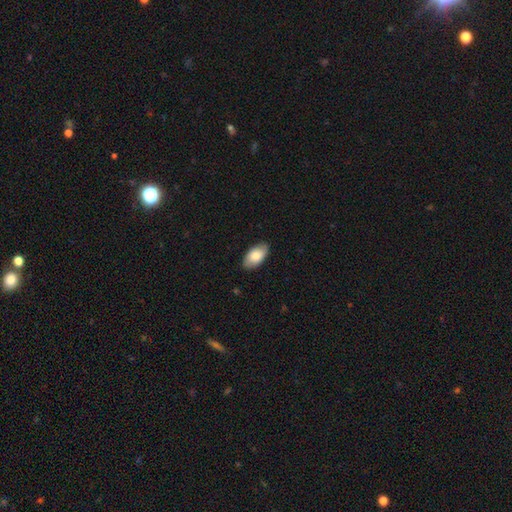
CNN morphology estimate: smooth 80%, featured or disk 14%, star or artifact 6%. Down the decision tree: how rounded — in between (95%); merging — none (85%).